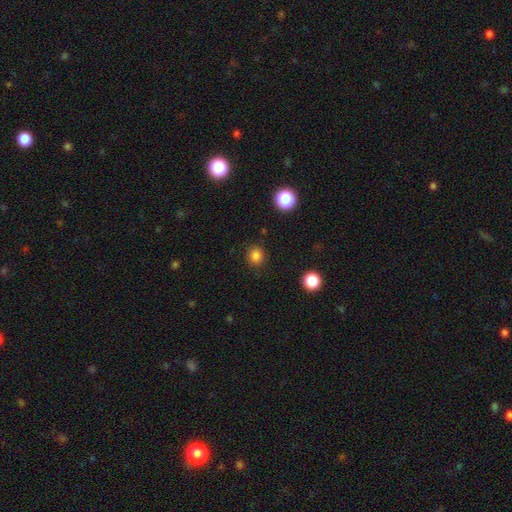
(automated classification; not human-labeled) smooth-or-featured: smooth: 82% | star or artifact: 14% | featured or disk: 4%
  how-rounded: round: 87% | in between: 12% | cigar-shaped: 1%
  merging: none: 89% | minor disturbance: 7% | major disturbance: 2% | merger: 1%